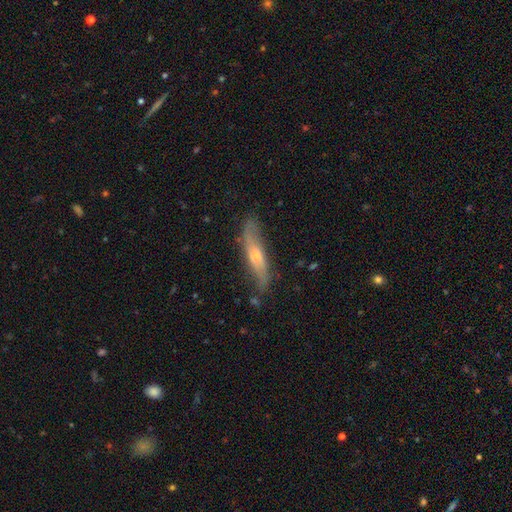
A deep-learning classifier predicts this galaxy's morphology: This is likely a featured or disk galaxy (60%). It is likely viewed edge-on (64%). Merging: likely none (74%).